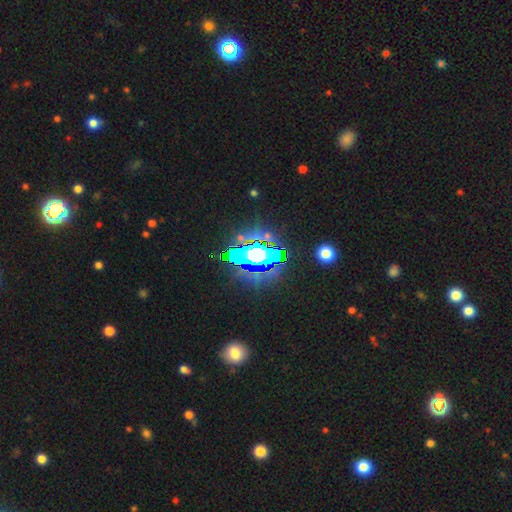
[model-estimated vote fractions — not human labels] A star or artifact, not a galaxy (59%).